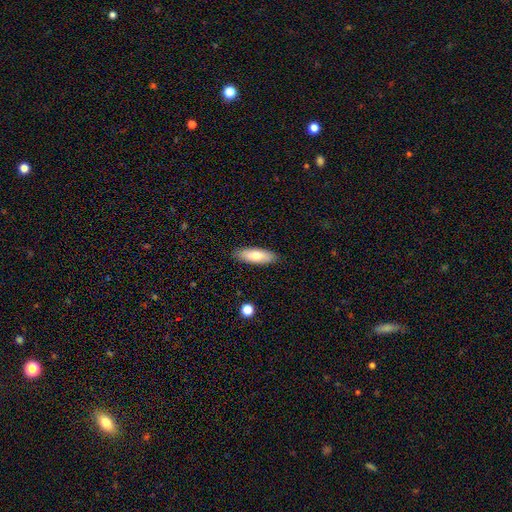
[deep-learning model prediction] Overall: smooth (74%). How rounded: in between (63%; cigar-shaped 35%). Merging: none (88%).